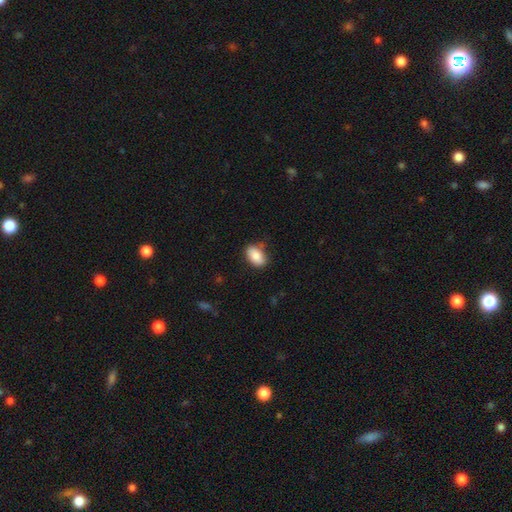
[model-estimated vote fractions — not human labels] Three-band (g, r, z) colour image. It shows a smooth galaxy with no disk features (83%) that is in between round and cigar-shaped (89%). Merging: none (76%).